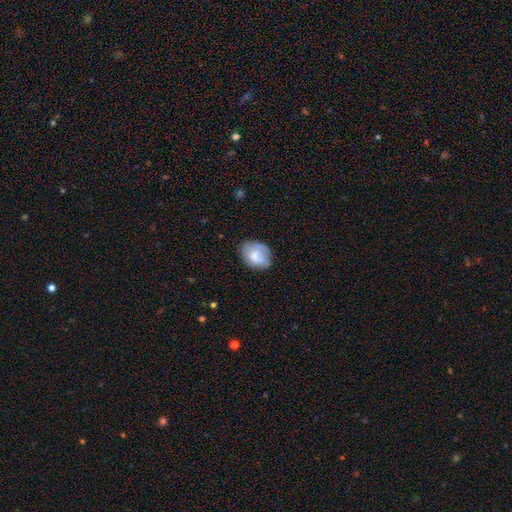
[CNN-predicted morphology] A smooth galaxy with no disk features (72%) that is in between round and cigar-shaped (66%). Merging: none (62%).